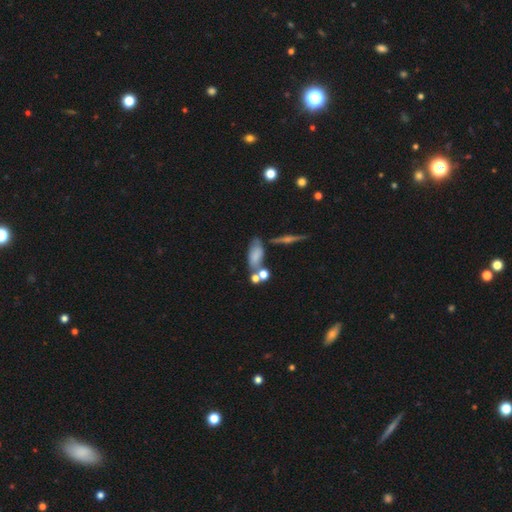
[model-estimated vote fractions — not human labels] smooth 62%, featured or disk 26%, star or artifact 12%. Down the decision tree: how rounded — in between (77%); merging — none (42%).